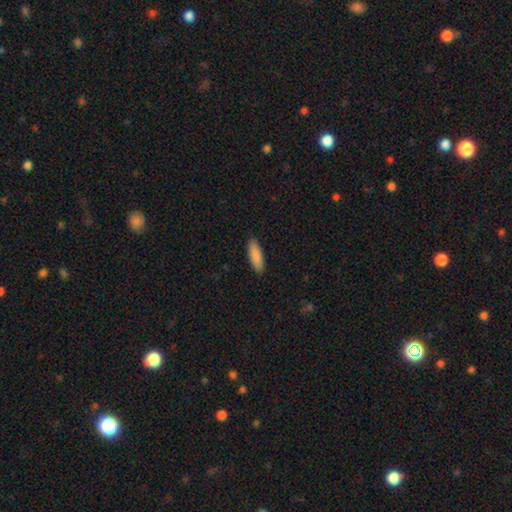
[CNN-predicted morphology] This appears to be a smooth galaxy with no disk features (89%) that is cigar-shaped (52%). Merging: none (90%).